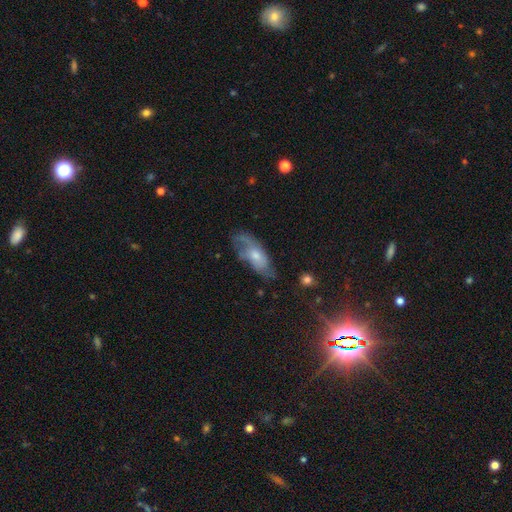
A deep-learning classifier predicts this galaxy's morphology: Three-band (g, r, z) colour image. It shows a featured or disk galaxy (59%) with no bar (74%), spiral arms (79%) and a moderate central bulge (55%). Merging: none (52%).